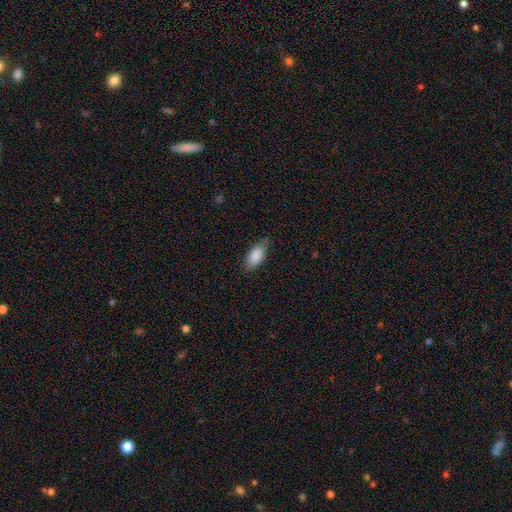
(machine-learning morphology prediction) The model was most divided on "merging": none: 75%, minor disturbance: 20%, major disturbance: 4%, merger: 1%. More confident: smooth or featured — smooth (85%); how rounded — in between (85%).